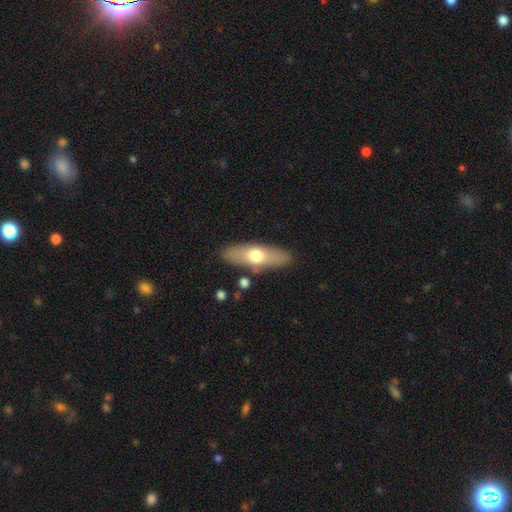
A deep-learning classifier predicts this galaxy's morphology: Smooth or featured: smooth — 59% (featured or disk — 35%)
How rounded: in between — 54% (cigar-shaped — 43%)
Merging: none — 84% (minor disturbance — 10%)